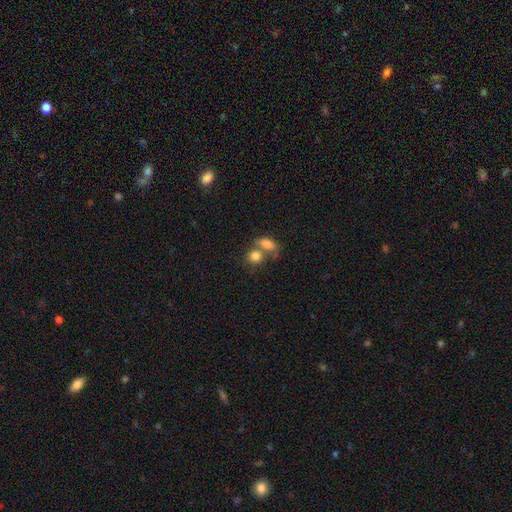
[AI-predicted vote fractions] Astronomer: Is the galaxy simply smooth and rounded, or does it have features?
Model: smooth — 81%.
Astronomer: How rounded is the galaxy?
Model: round — 59% (runner-up: in between, 39%).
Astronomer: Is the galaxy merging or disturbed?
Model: merger — 48% (runner-up: none, 38%).